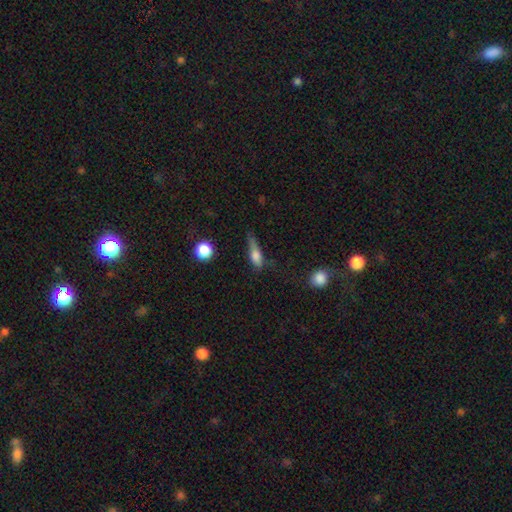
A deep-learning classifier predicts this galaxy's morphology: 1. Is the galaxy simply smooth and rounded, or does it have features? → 67% smooth, 23% featured or disk, 10% star or artifact.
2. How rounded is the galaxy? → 48% cigar-shaped, 44% in between, 8% round.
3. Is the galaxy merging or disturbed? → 37% minor disturbance, 36% none, 23% major disturbance, 4% merger.